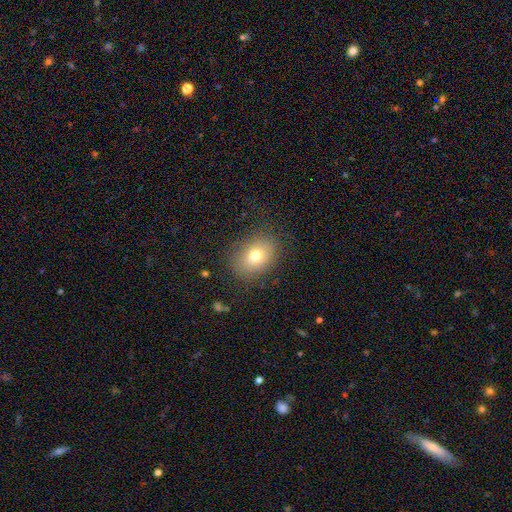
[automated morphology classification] Smooth or featured? smooth (73%)
How rounded? in between (65%)
Merging? none (82%)